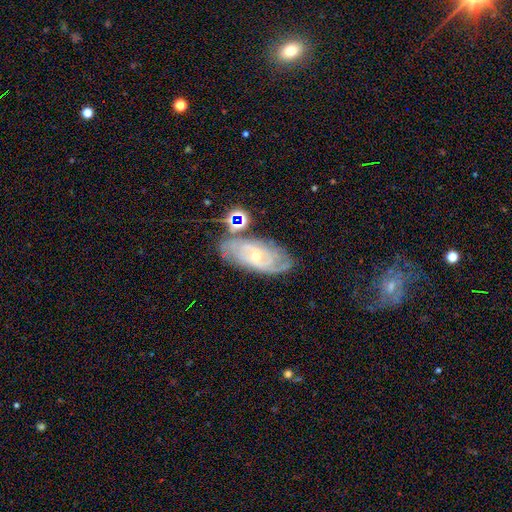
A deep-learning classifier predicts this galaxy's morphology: featured or disk 80%, smooth 11%, star or artifact 8%. Down the decision tree: edge-on disk — no (92%); bar — no (62%); spiral arms — yes (93%); spiral arm count — can't tell (40%); spiral winding — tight (68%); bulge size — small (67%); merging — none (68%).